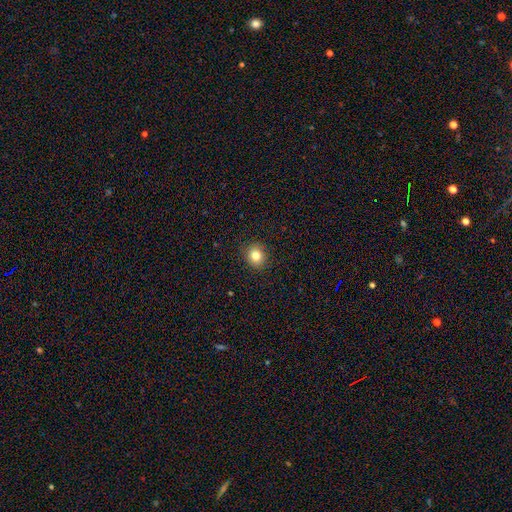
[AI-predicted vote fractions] The model was most divided on "how rounded": round: 82%, in between: 17%, cigar-shaped: 1%. More confident: merging — none (91%); smooth or featured — smooth (82%).